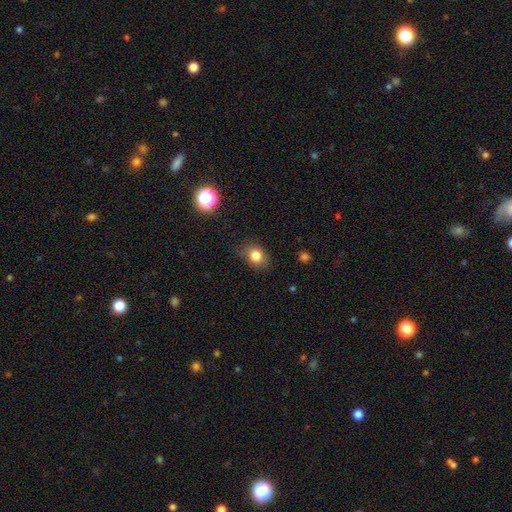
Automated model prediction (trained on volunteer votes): A smooth galaxy with no disk features (82%) that is round (50%). Merging: none (72%).